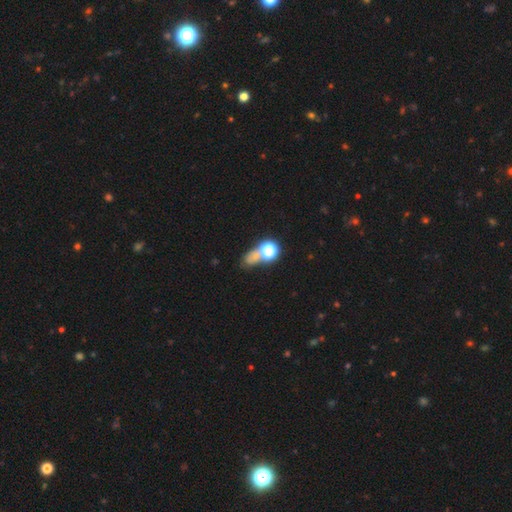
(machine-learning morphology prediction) type=smooth (51%); roundness=round (53%); merging=none (43%).